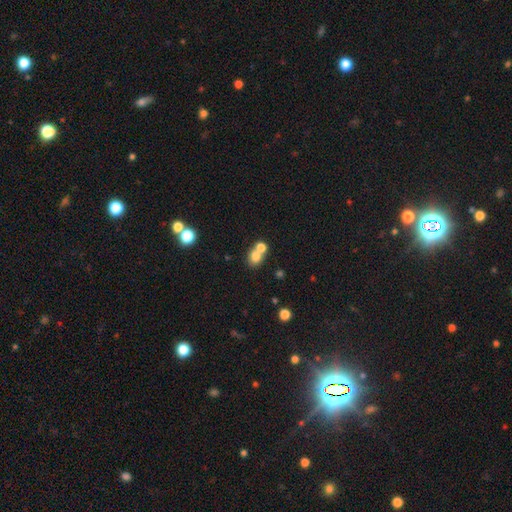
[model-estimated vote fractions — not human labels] This appears to be a smooth galaxy with no disk features (76%) that is round (59%). Merging: merger (56%).